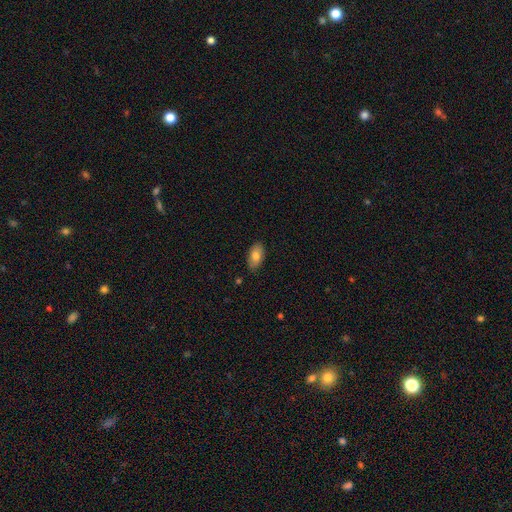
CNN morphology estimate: Smooth or featured: smooth — 77% (featured or disk — 16%)
How rounded: in between — 94% (round — 4%)
Merging: none — 85% (minor disturbance — 12%)